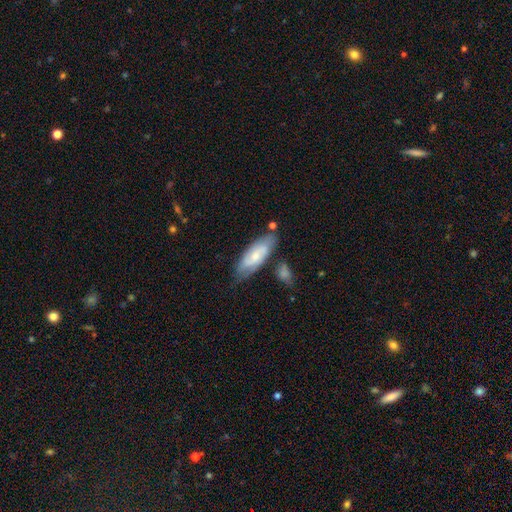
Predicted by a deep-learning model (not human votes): The model was most divided on "smooth or featured": featured or disk: 49%, smooth: 45%, star or artifact: 6%. More confident: merging — none (68%).